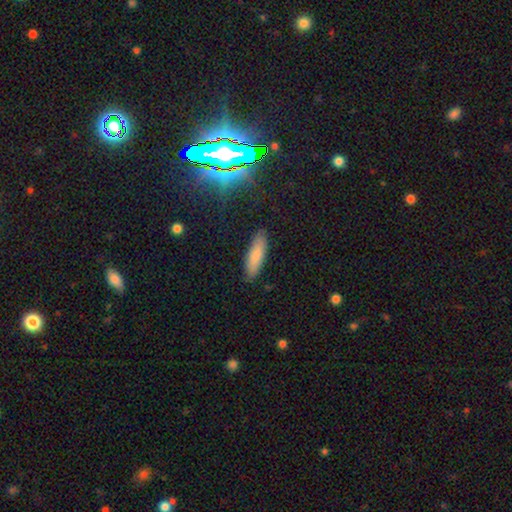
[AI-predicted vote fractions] smooth_or_featured: smooth (p=0.82) [alt: featured or disk p=0.12]
how_rounded: cigar-shaped (p=0.55) [alt: in between p=0.44]
merging: none (p=0.86) [alt: minor disturbance p=0.10]